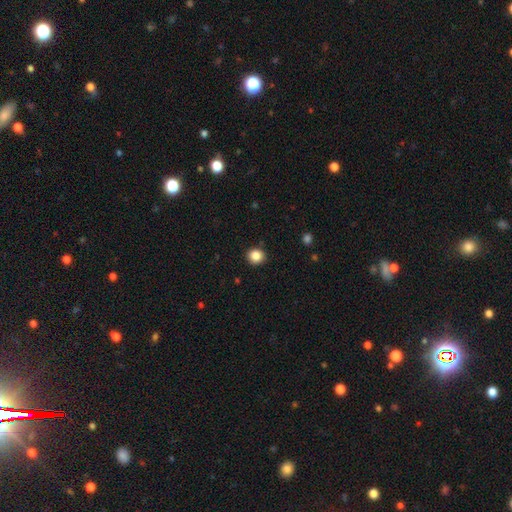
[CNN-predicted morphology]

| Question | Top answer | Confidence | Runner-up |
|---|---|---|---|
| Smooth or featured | smooth | 85% | star or artifact (11%) |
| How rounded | round | 88% | in between (11%) |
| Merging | none | 91% | minor disturbance (6%) |